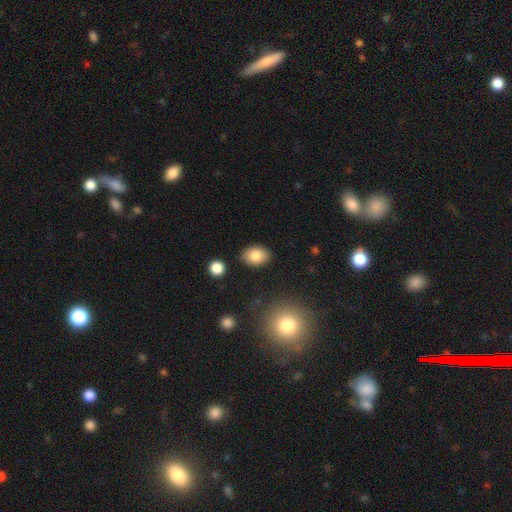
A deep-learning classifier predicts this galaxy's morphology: The model was most divided on "how rounded": in between: 77%, round: 21%, cigar-shaped: 1%. More confident: merging — none (85%); smooth or featured — smooth (84%).